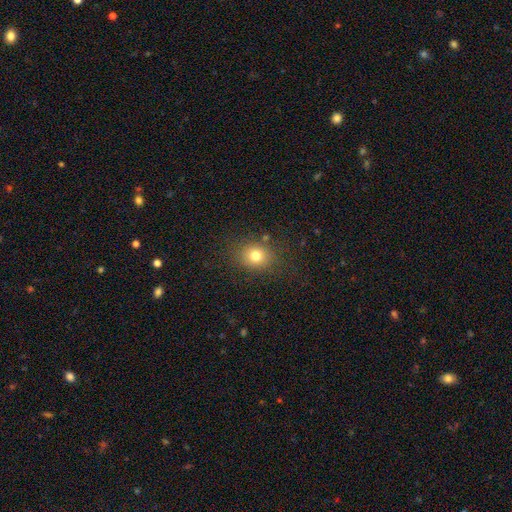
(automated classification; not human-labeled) Smooth or featured?
  - smooth: 77% *
  - star or artifact: 14%
  - featured or disk: 10%
How rounded?
  - round: 68% *
  - in between: 31%
  - cigar-shaped: 1%
Merging?
  - none: 81% *
  - minor disturbance: 12%
  - major disturbance: 5%
  - merger: 2%